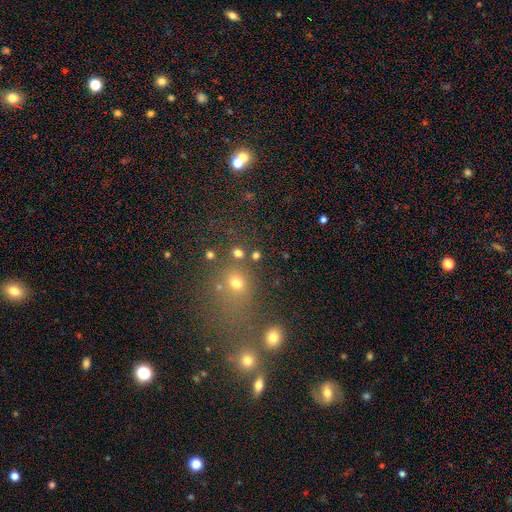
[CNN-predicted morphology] smooth-or-featured: smooth: 62% | star or artifact: 28% | featured or disk: 10%
  how-rounded: round: 77% | in between: 21% | cigar-shaped: 2%
  merging: none: 68% | merger: 16% | minor disturbance: 10% | major disturbance: 6%